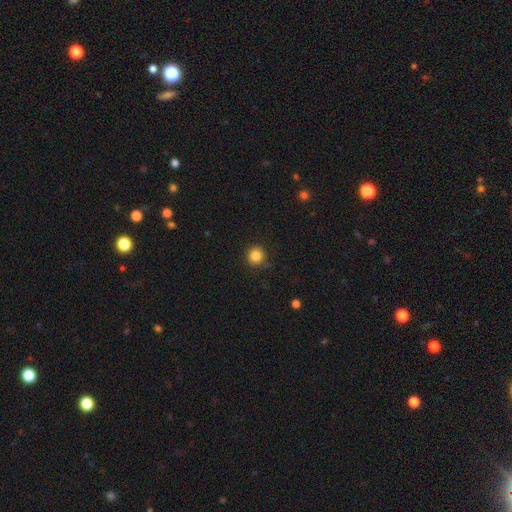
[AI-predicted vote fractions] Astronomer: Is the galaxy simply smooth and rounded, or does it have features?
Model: smooth — 85%.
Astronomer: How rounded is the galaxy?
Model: round — 95%.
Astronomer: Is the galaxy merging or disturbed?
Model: none — 89%.